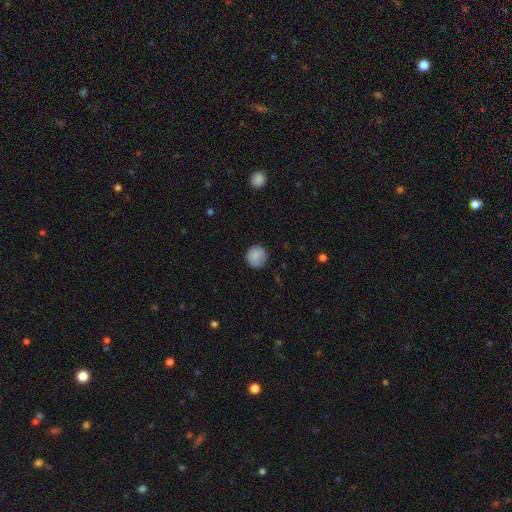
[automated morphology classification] smooth_or_featured: smooth (p=0.83) [alt: featured or disk p=0.09]
how_rounded: round (p=0.91) [alt: in between p=0.08]
merging: none (p=0.81) [alt: minor disturbance p=0.14]